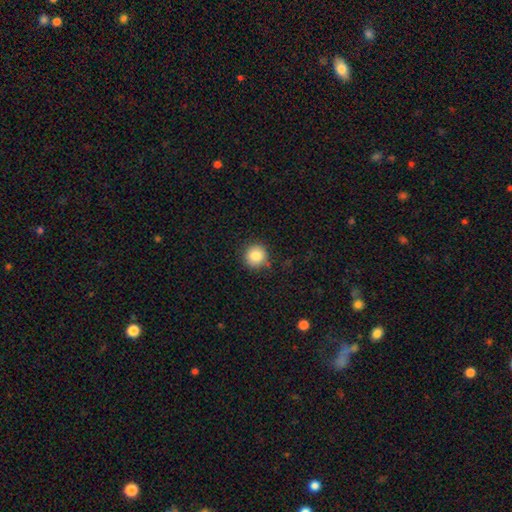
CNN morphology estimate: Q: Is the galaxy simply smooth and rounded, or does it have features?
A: smooth — 85%.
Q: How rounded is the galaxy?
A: round — 94%.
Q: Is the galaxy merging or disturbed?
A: none — 85%.